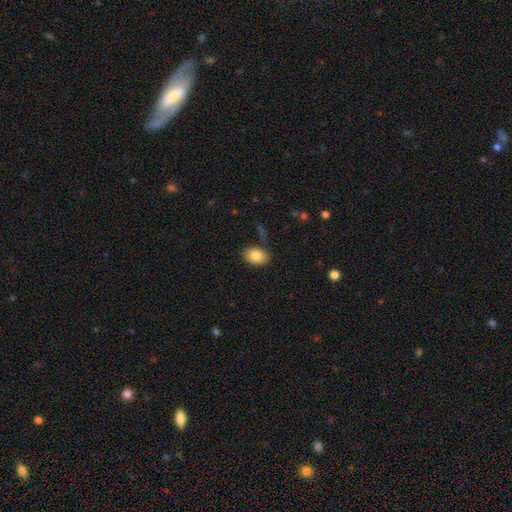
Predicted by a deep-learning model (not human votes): Q: Smooth or featured?
A: smooth (83%); runner-up: featured or disk (9%)
Q: How rounded?
A: in between (83%); runner-up: round (16%)
Q: Merging?
A: none (78%); runner-up: minor disturbance (15%)